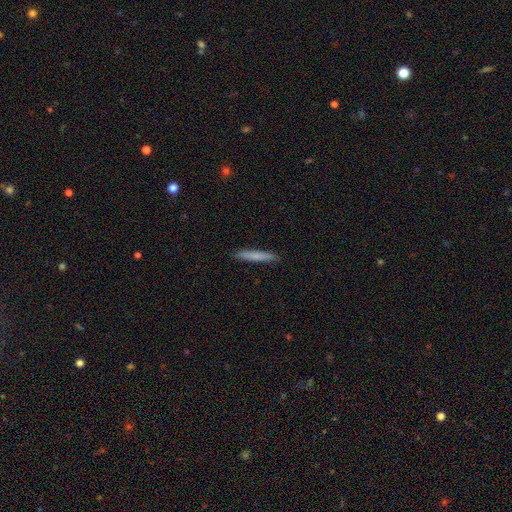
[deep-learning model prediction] A smooth galaxy with no disk features (75%) that is cigar-shaped (95%). Merging: none (91%).